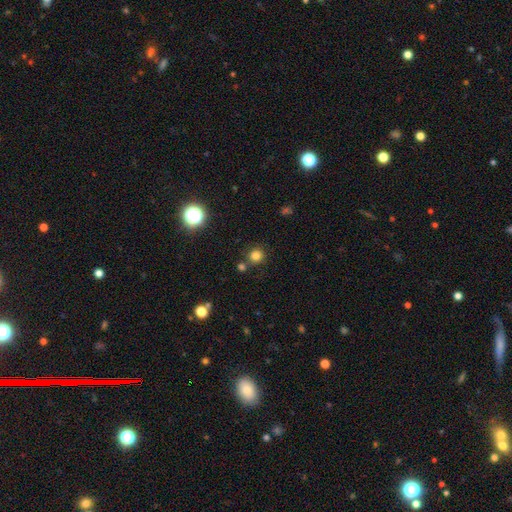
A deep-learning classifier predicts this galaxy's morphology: type=smooth (79%); roundness=round (91%); merging=none (77%).